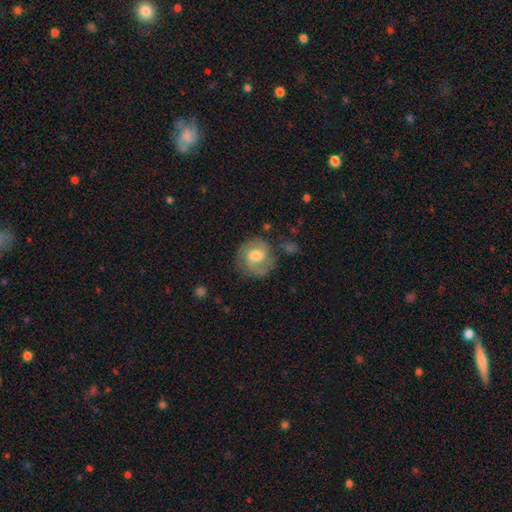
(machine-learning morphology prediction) This appears to be a featured or disk galaxy (66%) with a weak bar (52%), 2 (79%) medium (49%) spiral arms (88%) and a moderate central bulge (63%). Merging: none (71%).